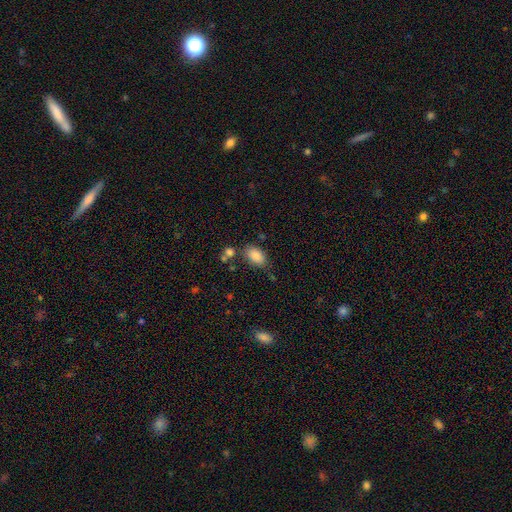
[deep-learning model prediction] The model was most divided on "merging": none: 70%, minor disturbance: 17%, merger: 8%, major disturbance: 5%. More confident: how rounded — in between (91%); smooth or featured — smooth (85%).